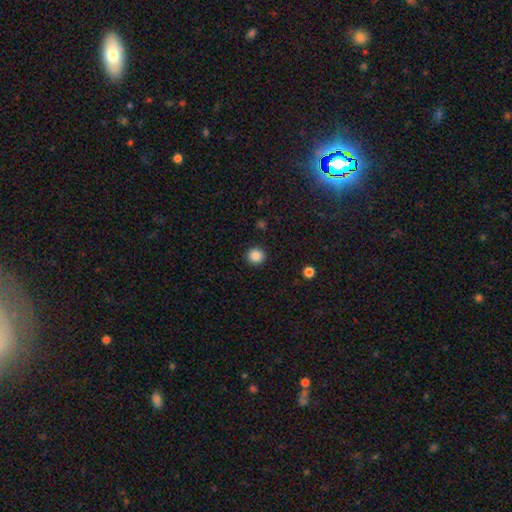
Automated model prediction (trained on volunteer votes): A smooth galaxy with no disk features (87%) that is round (94%). Merging: none (92%).